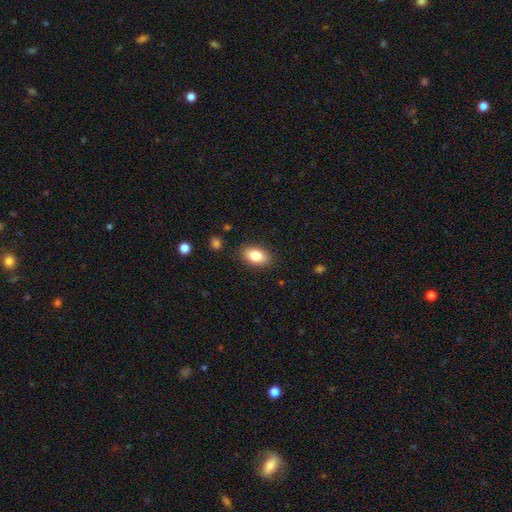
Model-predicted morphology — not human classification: type=smooth (83%); roundness=in between (91%); merging=none (87%).